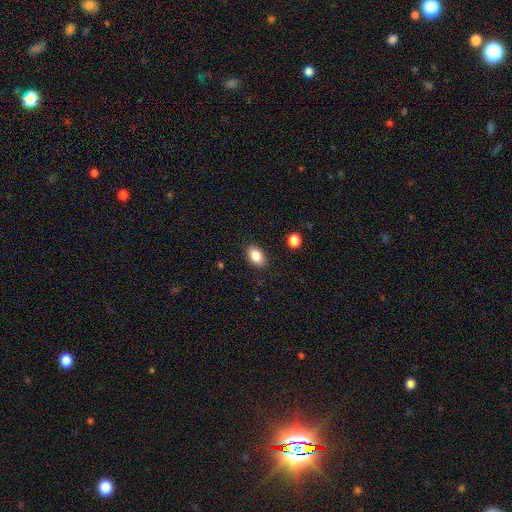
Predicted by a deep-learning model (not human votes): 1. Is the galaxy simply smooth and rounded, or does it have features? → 86% smooth, 8% star or artifact, 6% featured or disk.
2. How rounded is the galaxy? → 90% in between, 9% round, 1% cigar-shaped.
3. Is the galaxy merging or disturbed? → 88% none, 8% minor disturbance, 2% major disturbance, 1% merger.